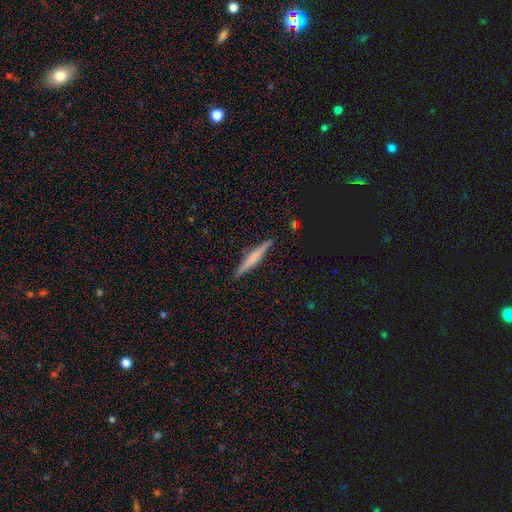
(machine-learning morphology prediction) smooth-or-featured: featured or disk: 52% | smooth: 41% | star or artifact: 7%
  disk-edge-on: yes: 97% | no: 3%
    edge-on-bulge: rounded: 41% | none: 37% | boxy: 22%
  merging: none: 91% | minor disturbance: 6% | major disturbance: 1% | merger: 1%